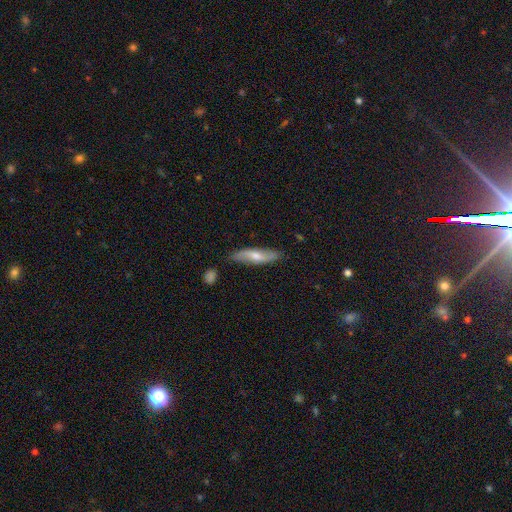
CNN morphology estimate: Smooth or featured? Predicted: smooth (p=0.50). How rounded? Predicted: cigar-shaped (p=0.65). Merging? Predicted: none (p=0.77).